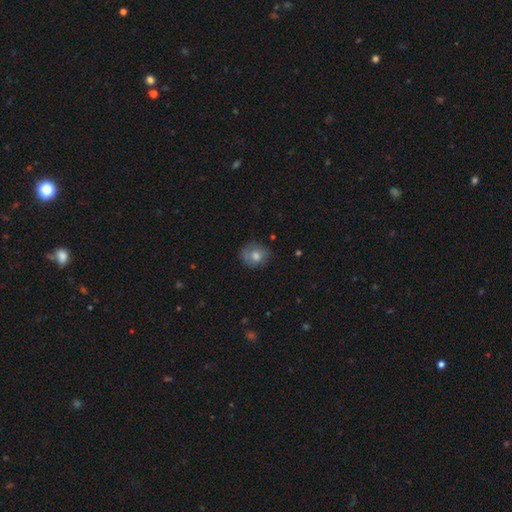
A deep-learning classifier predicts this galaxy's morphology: smooth_or_featured: smooth (p=0.69) [alt: featured or disk p=0.21]
how_rounded: round (p=0.74) [alt: in between p=0.25]
merging: none (p=0.70) [alt: minor disturbance p=0.22]